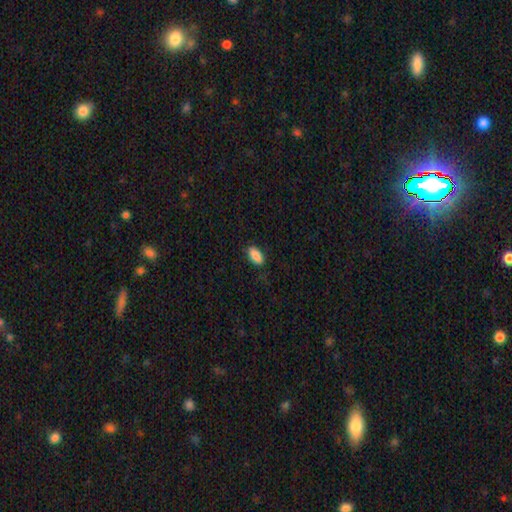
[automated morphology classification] A smooth galaxy with no disk features (88%) that is in between round and cigar-shaped (90%).

Vote fractions:
- Smooth or featured? smooth: 88% / star or artifact: 7% / featured or disk: 5%
- How rounded? in between: 90% / cigar-shaped: 7% / round: 3%
- Merging? none: 83% / minor disturbance: 13% / major disturbance: 3% / merger: 1%